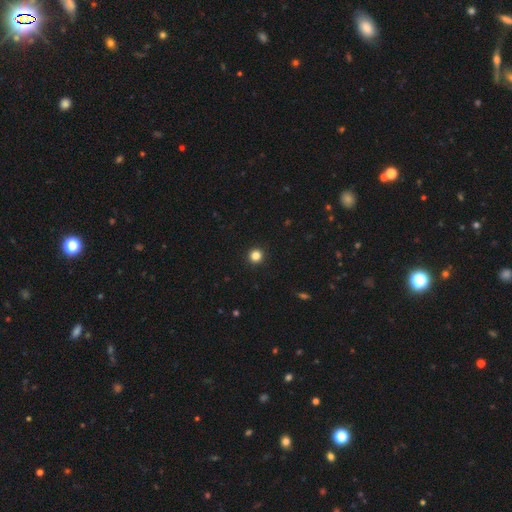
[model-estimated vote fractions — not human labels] This appears to be a smooth galaxy with no disk features (83%) that is round (96%). Merging: none (94%).